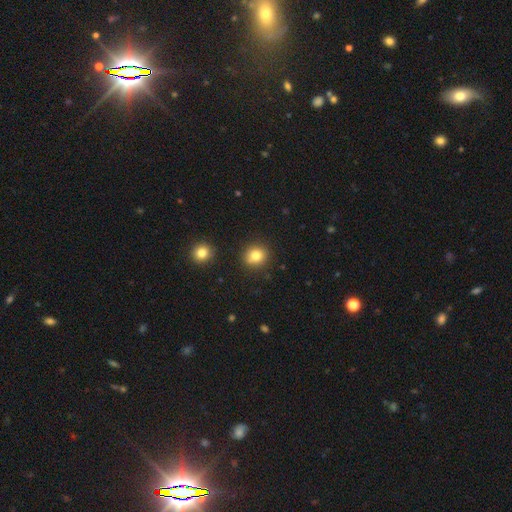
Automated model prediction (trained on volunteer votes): The model was most divided on "smooth or featured": smooth: 80%, star or artifact: 12%, featured or disk: 7%. More confident: how rounded — round (84%); merging — none (82%).